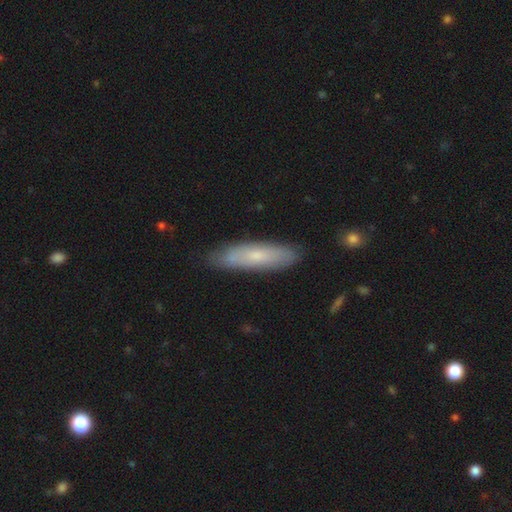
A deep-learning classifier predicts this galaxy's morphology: Overall: smooth (62%; featured or disk 32%). How rounded: cigar-shaped (70%). Merging: none (83%).